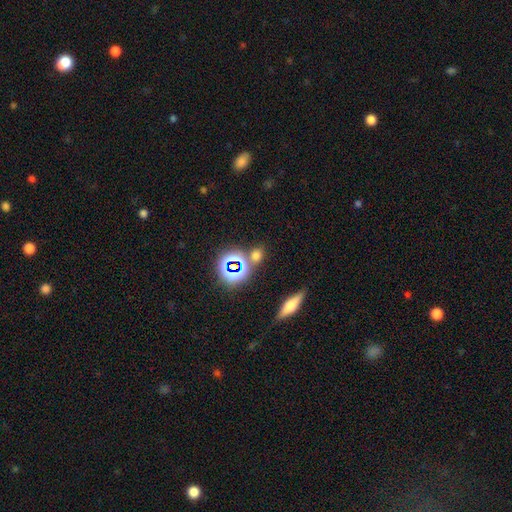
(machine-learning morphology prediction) Smooth or featured? smooth (58%)
How rounded? round (65%)
Merging? none (73%)